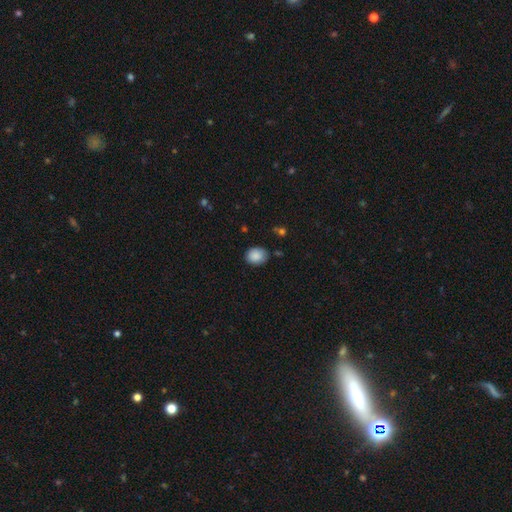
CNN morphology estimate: smooth 87%, star or artifact 8%, featured or disk 5%. Down the decision tree: how rounded — in between (53%); merging — none (76%).